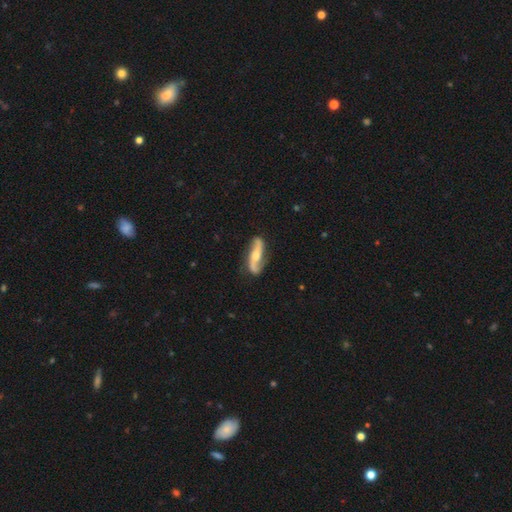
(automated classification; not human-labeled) Smooth or featured? featured or disk (78%)
Edge-on disk? no (85%)
Bar? no (49%)
Spiral arms? yes (94%)
Spiral winding? loose (70%)
Spiral arm count? 2 (92%)
Bulge size? moderate (56%)
Merging? none (77%)